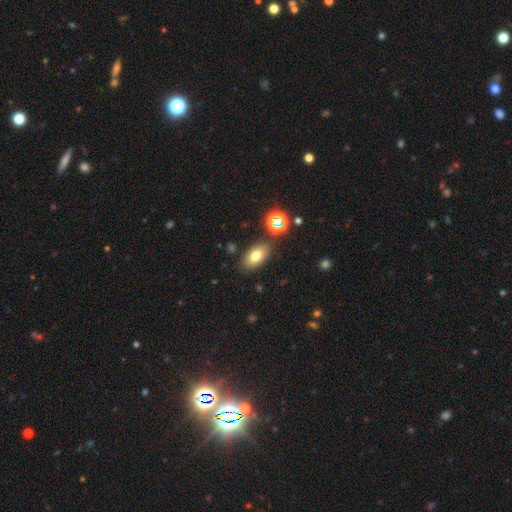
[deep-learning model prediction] Smooth or featured? Predicted: smooth (p=0.75). How rounded? Predicted: in between (p=0.89). Merging? Predicted: none (p=0.82).